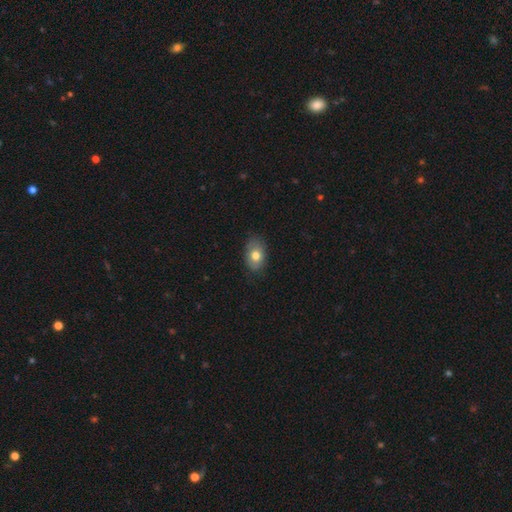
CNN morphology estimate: smooth 74%, featured or disk 18%, star or artifact 8%. Down the decision tree: how rounded — in between (82%); merging — none (79%).